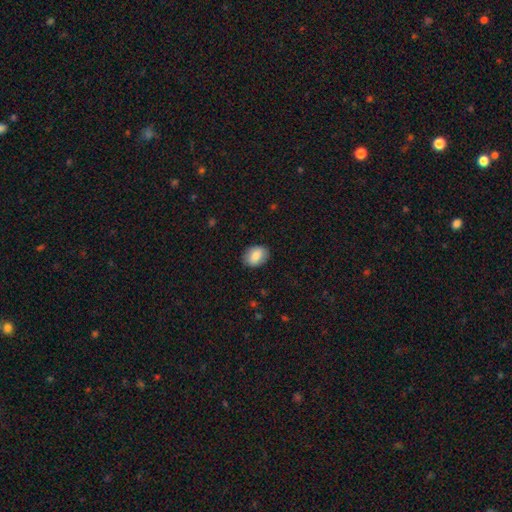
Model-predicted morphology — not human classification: Q: Smooth or featured?
A: smooth (85%); runner-up: featured or disk (8%)
Q: How rounded?
A: in between (75%); runner-up: round (24%)
Q: Merging?
A: none (88%); runner-up: minor disturbance (9%)